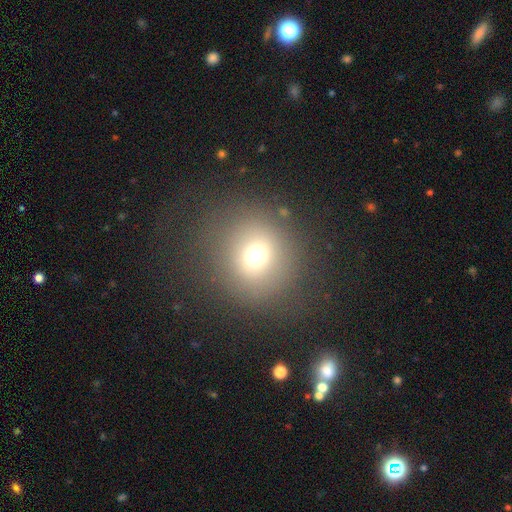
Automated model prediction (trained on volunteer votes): The model was most divided on "smooth or featured": smooth: 69%, star or artifact: 18%, featured or disk: 13%. More confident: how rounded — round (90%); merging — none (80%).